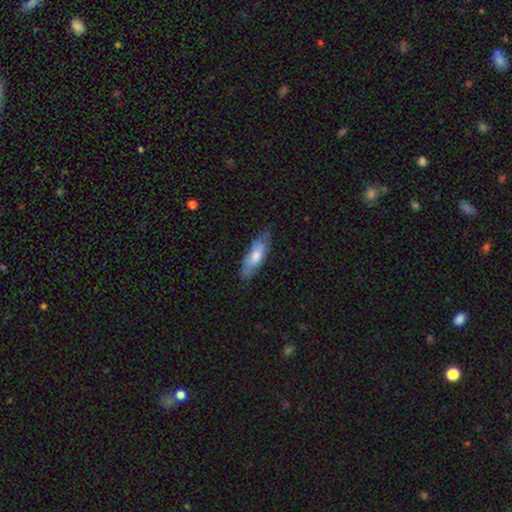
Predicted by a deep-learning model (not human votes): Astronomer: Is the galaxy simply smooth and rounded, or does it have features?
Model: smooth — 62%.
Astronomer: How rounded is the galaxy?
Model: in between — 52% (runner-up: cigar-shaped, 46%).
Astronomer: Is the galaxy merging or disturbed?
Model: none — 76%.